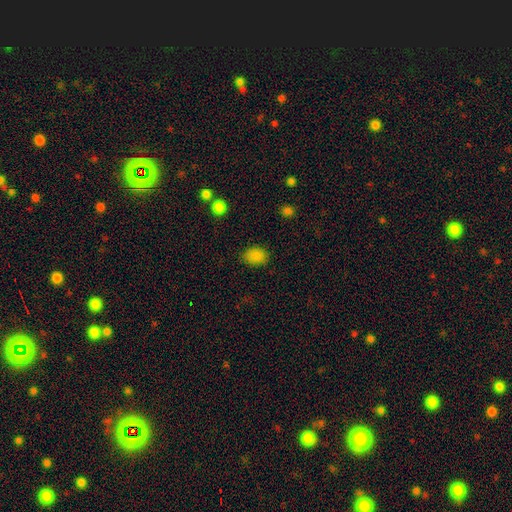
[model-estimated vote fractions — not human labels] Q: Smooth or featured?
A: smooth (86%); runner-up: star or artifact (11%)
Q: How rounded?
A: in between (69%); runner-up: round (30%)
Q: Merging?
A: none (84%); runner-up: minor disturbance (12%)